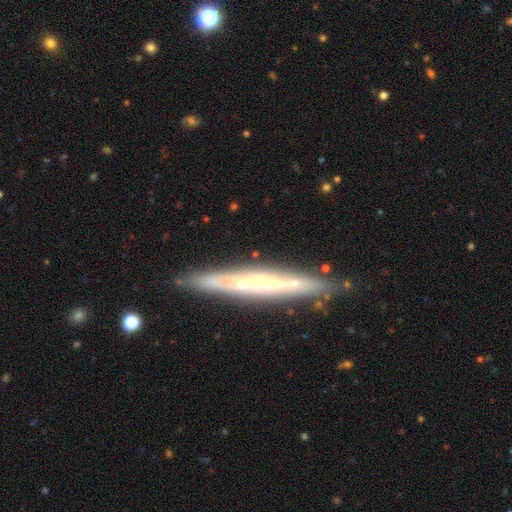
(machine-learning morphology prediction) This appears to be a featured or disk galaxy (65%) viewed edge-on (89%) with no central bulge (64%). Merging: none (83%).